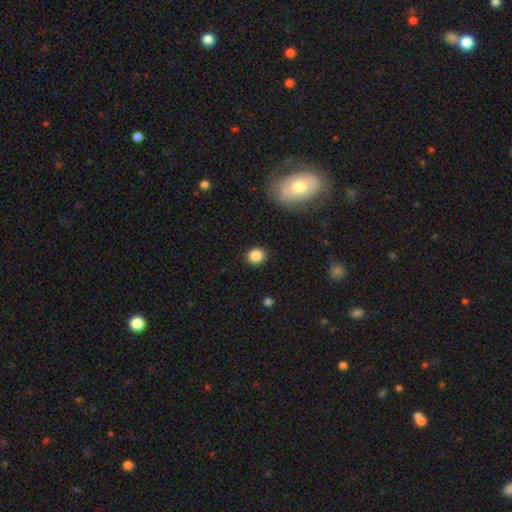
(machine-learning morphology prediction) This appears to be a smooth galaxy with no disk features (86%) that is round (75%). Merging: none (88%).